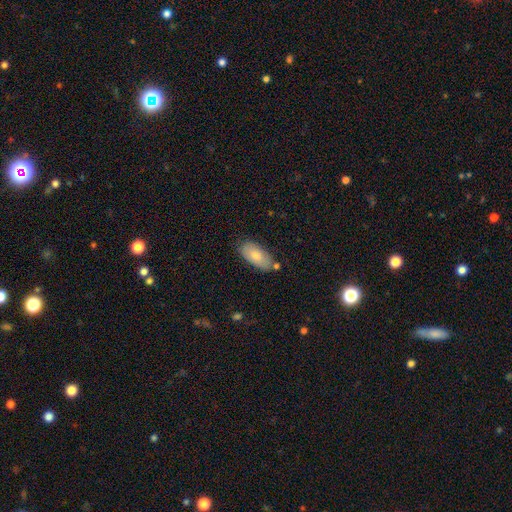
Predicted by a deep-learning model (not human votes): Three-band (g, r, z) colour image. It shows a smooth galaxy with no disk features (76%) that is in between round and cigar-shaped (92%). Merging: none (72%).